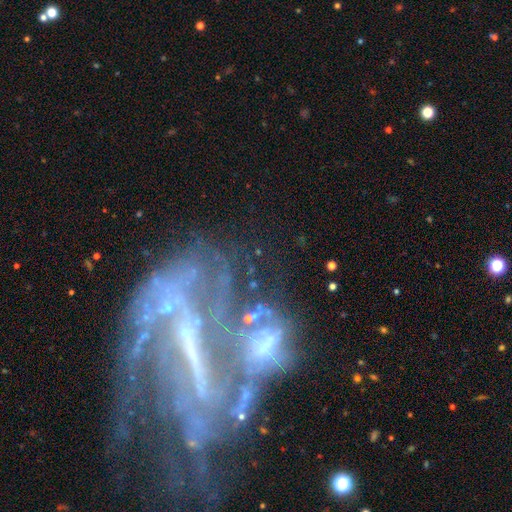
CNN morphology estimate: Smooth or featured: featured or disk — 70% (star or artifact — 20%)
Edge-on disk: no — 92% (yes — 8%)
Bar: strong — 39% (no — 34%)
Spiral arms: yes — 54% (no — 46%)
Bulge size: none — 41% (small — 38%)
Merging: merger — 35% (none — 27%)